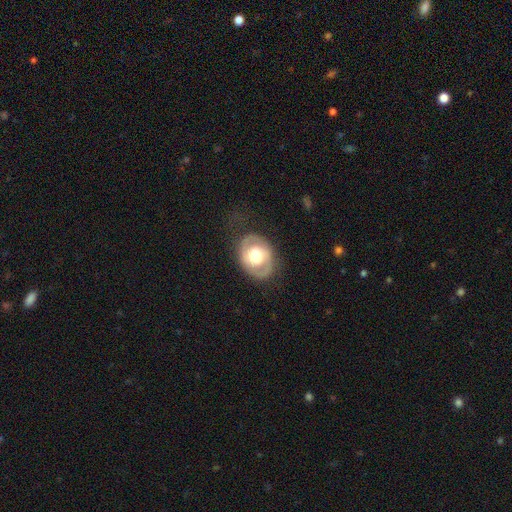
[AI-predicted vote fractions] Smooth or featured: featured or disk — 63% (smooth — 31%)
Edge-on disk: no — 95% (yes — 5%)
Bar: no — 65% (weak — 26%)
Spiral arms: yes — 54% (no — 46%)
Bulge size: moderate — 47% (large — 43%)
Merging: none — 75% (minor disturbance — 15%)